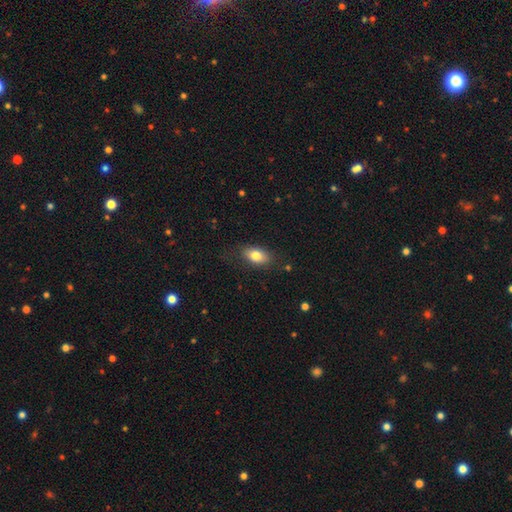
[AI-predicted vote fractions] The model was most divided on "merging": none: 78%, minor disturbance: 16%, major disturbance: 5%, merger: 1%. More confident: how rounded — in between (87%); smooth or featured — smooth (79%).